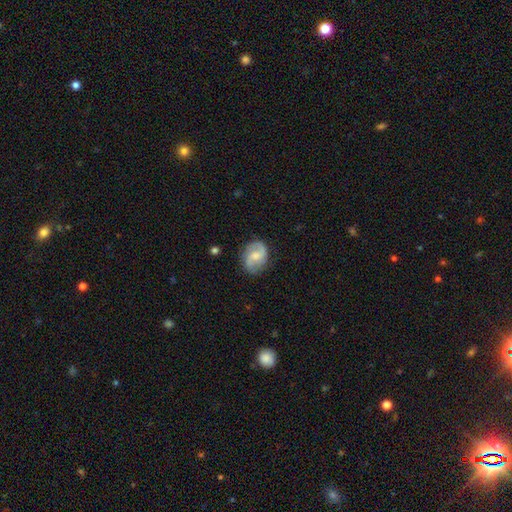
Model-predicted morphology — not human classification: Smooth or featured: featured or disk — 74% (smooth — 19%)
Edge-on disk: no — 98% (yes — 2%)
Bar: weak — 47% (no — 43%)
Spiral arms: yes — 95% (no — 5%)
Spiral winding: medium — 47% (loose — 37%)
Spiral arm count: 2 — 89% (can't tell — 5%)
Bulge size: moderate — 49% (small — 39%)
Merging: none — 78% (minor disturbance — 15%)